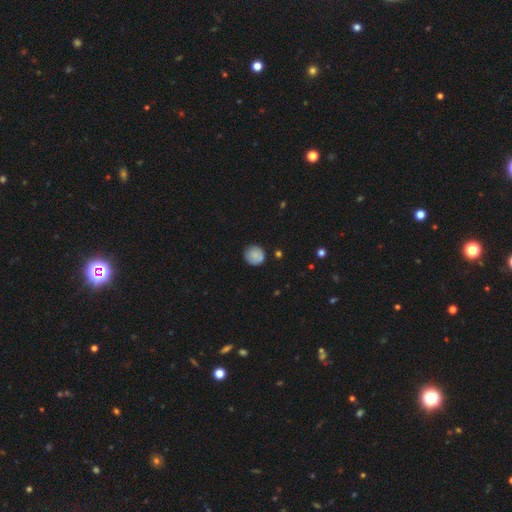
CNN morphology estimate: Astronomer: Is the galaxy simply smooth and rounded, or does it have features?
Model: smooth — 84%.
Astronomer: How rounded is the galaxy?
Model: round — 93%.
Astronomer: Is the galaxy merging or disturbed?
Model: none — 83%.